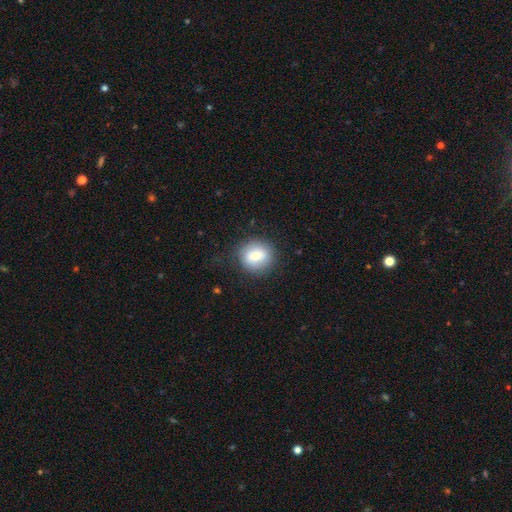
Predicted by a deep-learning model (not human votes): smooth 68%, featured or disk 23%, star or artifact 9%. Down the decision tree: how rounded — round (90%); merging — none (82%).